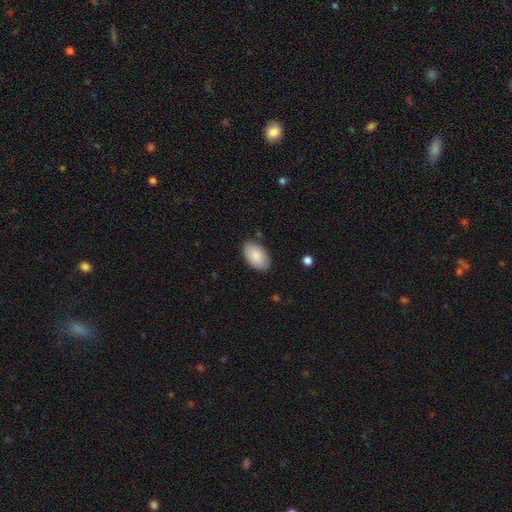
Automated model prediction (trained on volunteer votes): Q: Smooth or featured?
A: smooth (87%); runner-up: featured or disk (7%)
Q: How rounded?
A: in between (95%); runner-up: round (4%)
Q: Merging?
A: none (85%); runner-up: minor disturbance (12%)